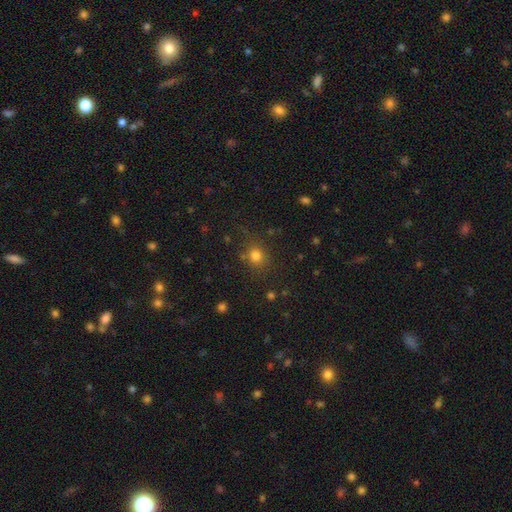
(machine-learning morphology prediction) Smooth or featured: smooth — 78% (star or artifact — 16%)
How rounded: round — 78% (in between — 21%)
Merging: none — 79% (minor disturbance — 12%)